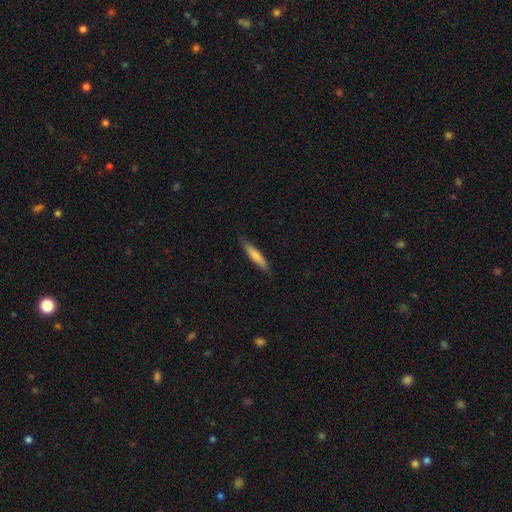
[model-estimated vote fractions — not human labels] Morphology: type=smooth (70%); roundness=cigar-shaped (87%); merging=none (84%).